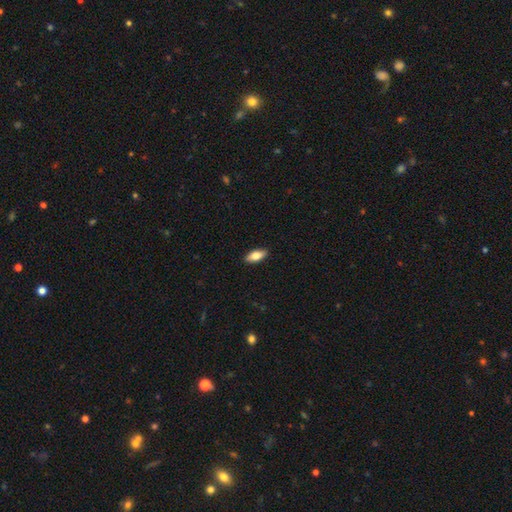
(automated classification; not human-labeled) This is likely a smooth galaxy (72%). How rounded: clearly in between (81%). Merging: clearly none (89%).